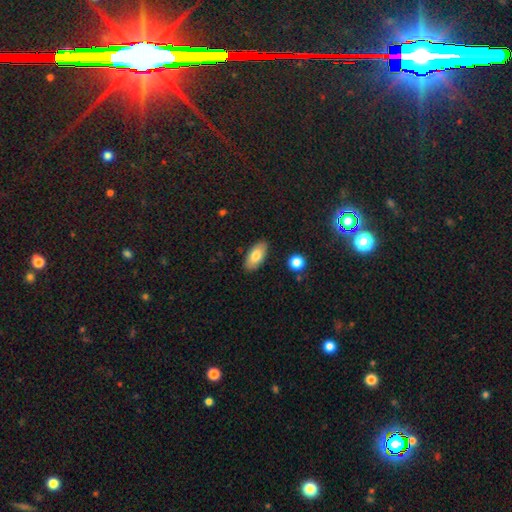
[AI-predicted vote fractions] Smooth or featured? smooth (78%)
How rounded? in between (91%)
Merging? none (87%)